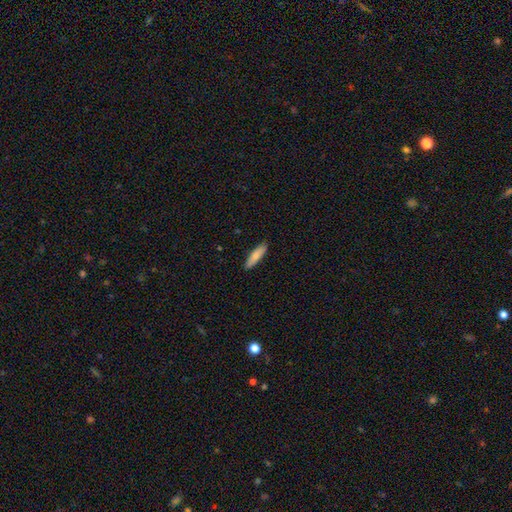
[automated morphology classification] The model was most divided on "how rounded": cigar-shaped: 74%, in between: 24%, round: 1%. More confident: merging — none (88%); smooth or featured — smooth (82%).